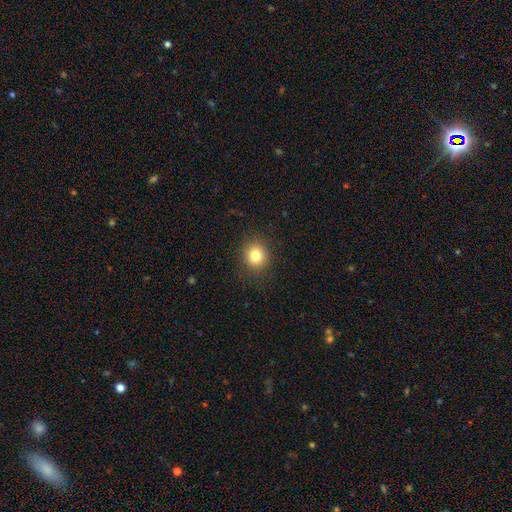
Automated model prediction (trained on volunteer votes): A smooth galaxy with no disk features (80%) that is round (84%). Merging: none (89%).